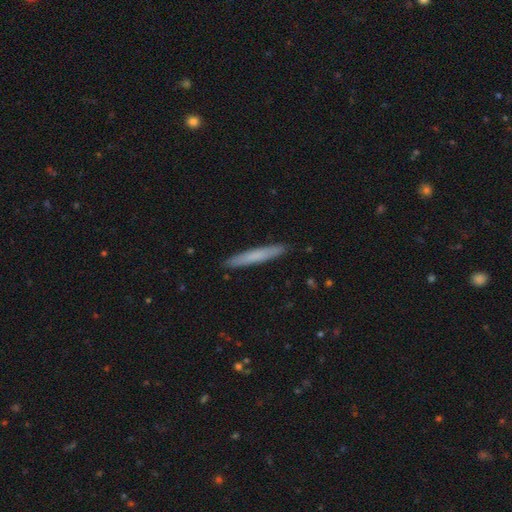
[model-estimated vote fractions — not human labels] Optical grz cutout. It shows a smooth galaxy with no disk features (70%) that is cigar-shaped (96%). Merging: none (92%).